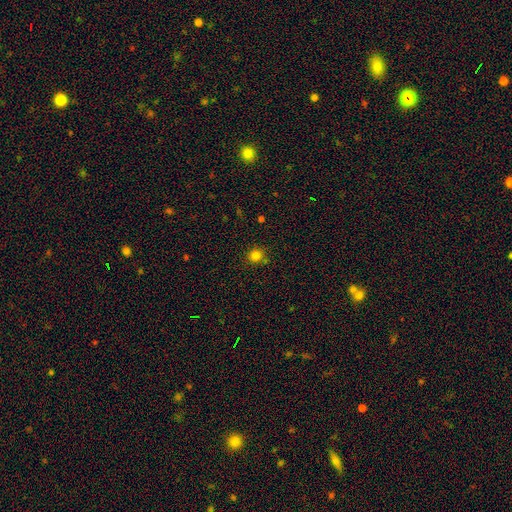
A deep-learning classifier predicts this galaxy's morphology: Overall: smooth (81%). How rounded: round (91%). Merging: none (85%).